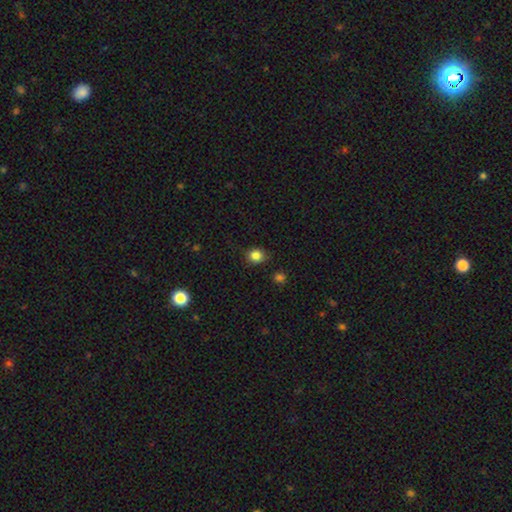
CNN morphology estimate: The model was most divided on "how rounded": round: 77%, in between: 23%, cigar-shaped: 1%. More confident: smooth or featured — smooth (84%); merging — none (83%).